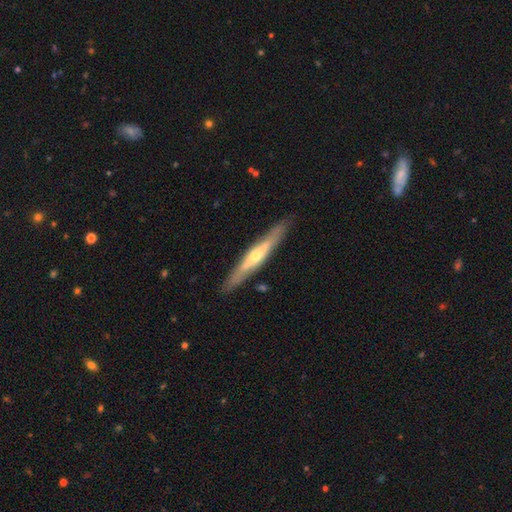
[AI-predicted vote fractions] Smooth or featured? featured or disk (68%)
Edge-on disk? yes (89%)
Edge-on bulge? rounded (82%)
Merging? none (87%)